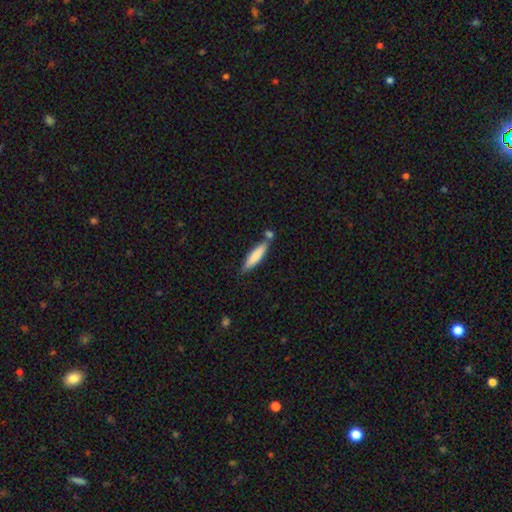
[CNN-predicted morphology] A smooth galaxy with no disk features (80%) that is cigar-shaped (75%). Merging: none (64%).